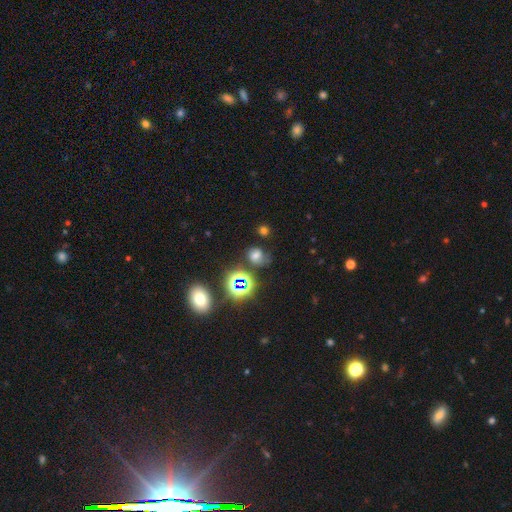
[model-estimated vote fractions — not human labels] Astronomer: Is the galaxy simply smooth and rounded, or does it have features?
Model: smooth — 54% (runner-up: star or artifact, 32%).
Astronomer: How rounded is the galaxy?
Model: round — 58% (runner-up: in between, 41%).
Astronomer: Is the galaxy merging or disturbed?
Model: none — 58%.